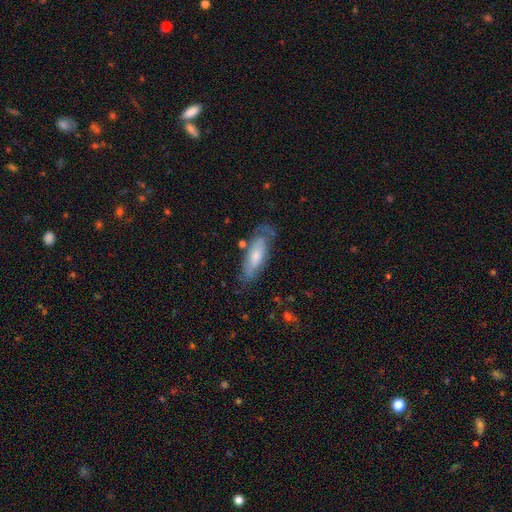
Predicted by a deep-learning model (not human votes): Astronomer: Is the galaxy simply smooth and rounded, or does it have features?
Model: smooth — 48% (runner-up: featured or disk, 46%).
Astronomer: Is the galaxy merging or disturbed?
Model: none — 61%.